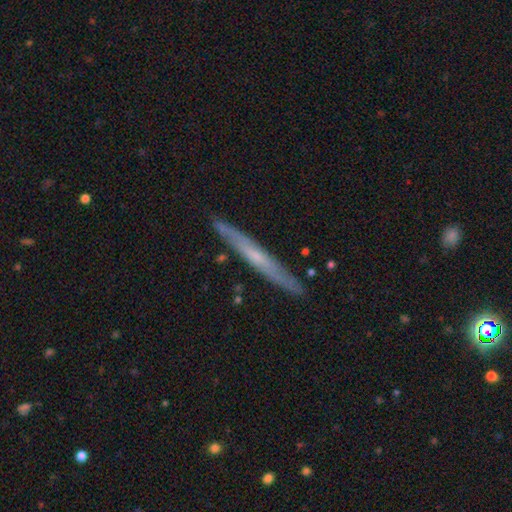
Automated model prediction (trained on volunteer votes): This appears to be a featured or disk galaxy (60%) viewed edge-on (94%) with no central bulge (62%). Merging: none (89%).